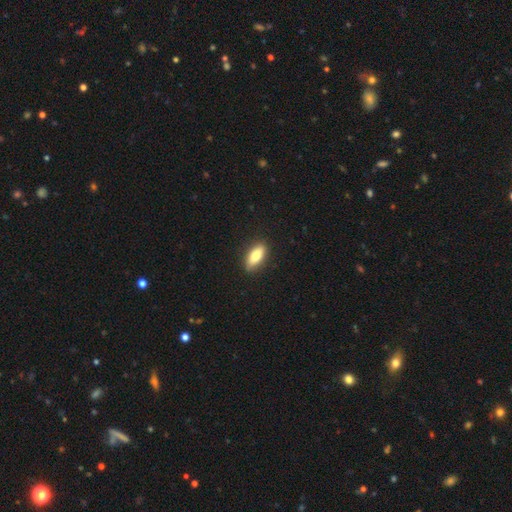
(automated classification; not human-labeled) This is clearly a smooth galaxy (80%). How rounded: likely in between (80%). Merging: clearly none (87%).